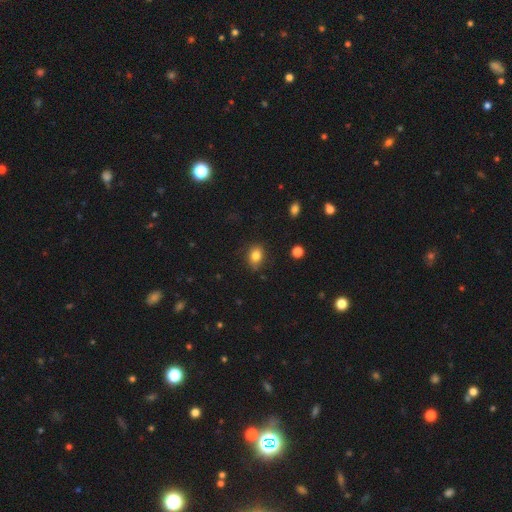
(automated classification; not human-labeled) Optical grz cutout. It shows a smooth galaxy with no disk features (83%) that is in between round and cigar-shaped (66%). Merging: none (79%).